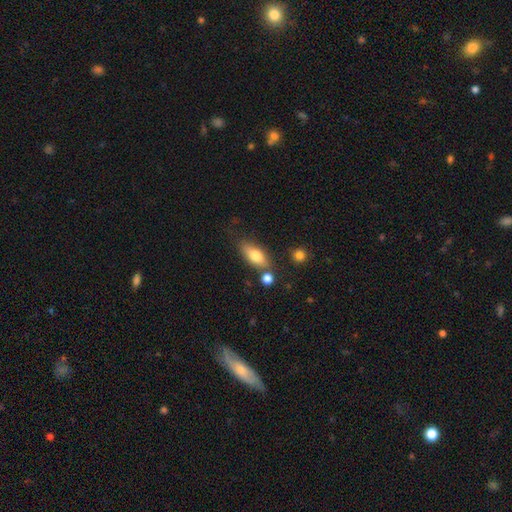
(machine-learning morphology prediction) A smooth galaxy with no disk features (73%) that is in between round and cigar-shaped (78%).

Vote fractions:
- Smooth or featured? smooth: 73% / featured or disk: 20% / star or artifact: 7%
- How rounded? in between: 78% / cigar-shaped: 18% / round: 4%
- Merging? none: 67% / minor disturbance: 18% / merger: 11% / major disturbance: 5%